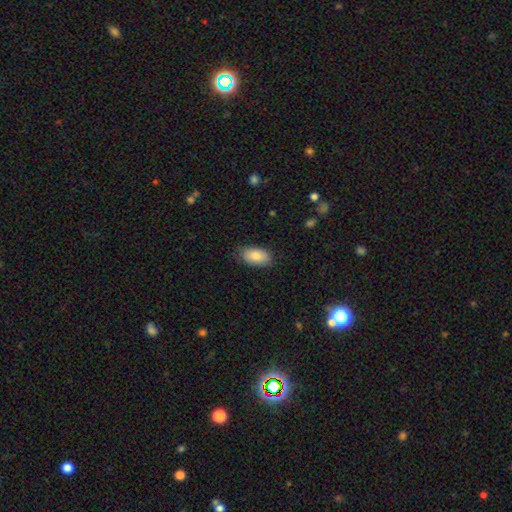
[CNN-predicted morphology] Smooth or featured? Predicted: smooth (p=0.84). How rounded? Predicted: in between (p=0.94). Merging? Predicted: none (p=0.81).